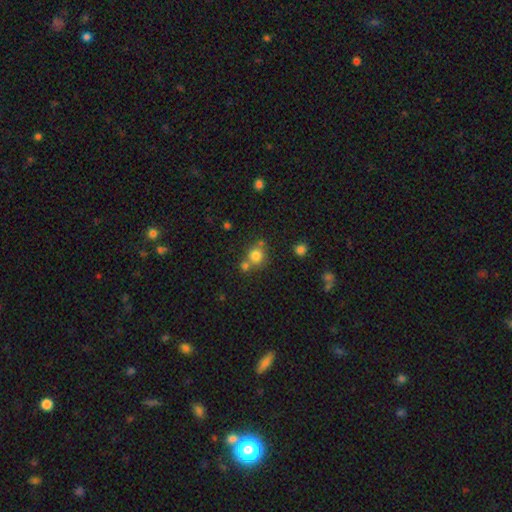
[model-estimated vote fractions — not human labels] Overall: smooth (79%). How rounded: round (86%). Merging: none (58%; merger 29%).